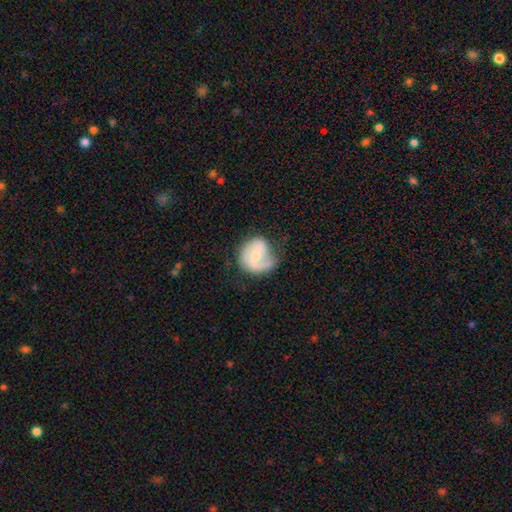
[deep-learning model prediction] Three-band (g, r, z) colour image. It shows a featured or disk galaxy (62%) with no bar (59%), spiral arms (81%) and a moderate central bulge (53%). Merging: none (47%).